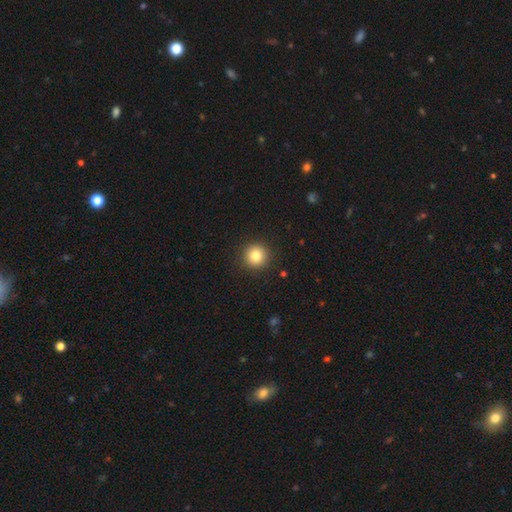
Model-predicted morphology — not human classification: Overall: smooth (82%). How rounded: round (95%). Merging: none (92%).